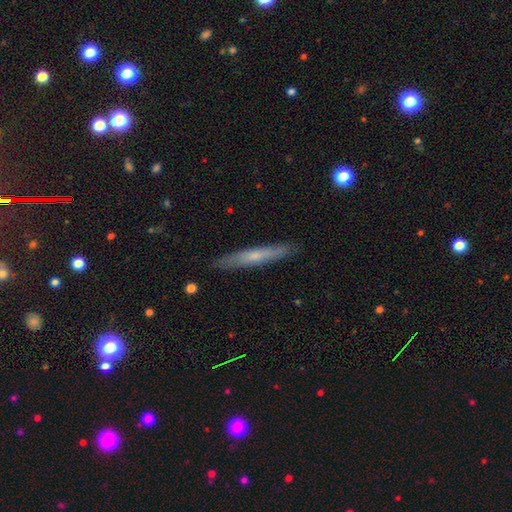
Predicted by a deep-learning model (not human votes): Q: Smooth or featured?
A: smooth (51%); runner-up: featured or disk (43%)
Q: How rounded?
A: cigar-shaped (95%); runner-up: in between (4%)
Q: Merging?
A: none (89%); runner-up: minor disturbance (8%)